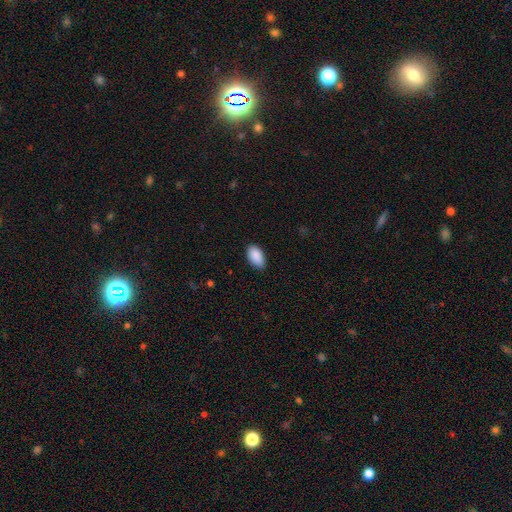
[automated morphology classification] smooth-or-featured: smooth: 90% | star or artifact: 6% | featured or disk: 3%
  how-rounded: in between: 95% | round: 4% | cigar-shaped: 2%
  merging: none: 83% | minor disturbance: 14% | major disturbance: 2% | merger: 1%